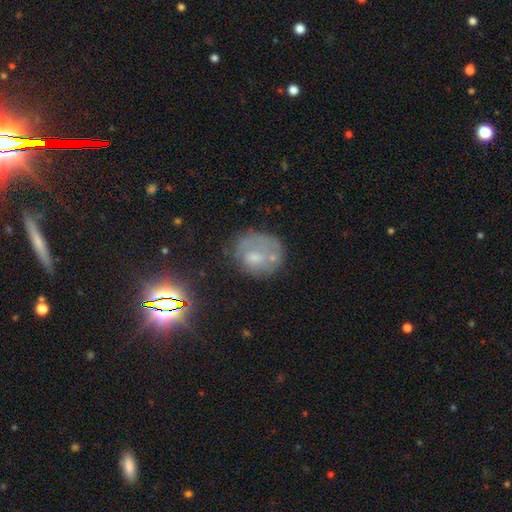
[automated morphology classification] smooth_or_featured: smooth (p=0.48) [alt: featured or disk p=0.37]
merging: none (p=0.49) [alt: minor disturbance p=0.24]